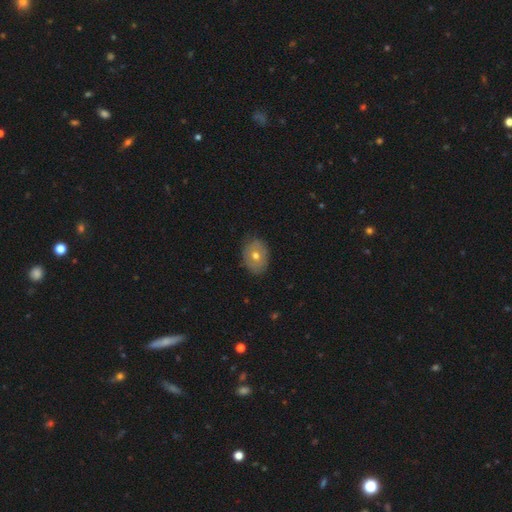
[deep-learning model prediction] Overall: smooth (57%; featured or disk 34%). How rounded: in between (67%; round 32%). Merging: none (83%).